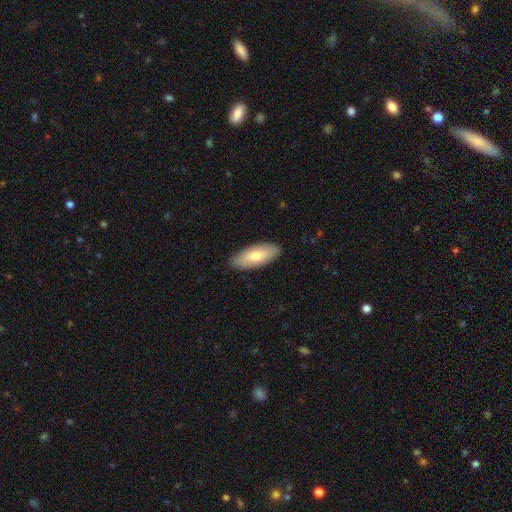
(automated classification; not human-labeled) Overall: smooth (74%). How rounded: in between (83%). Merging: none (89%).